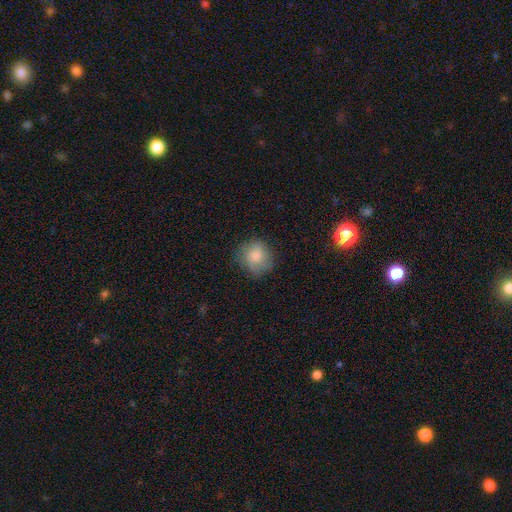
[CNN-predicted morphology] This appears to be a smooth galaxy with no disk features (79%) that is round (84%). Merging: none (71%).